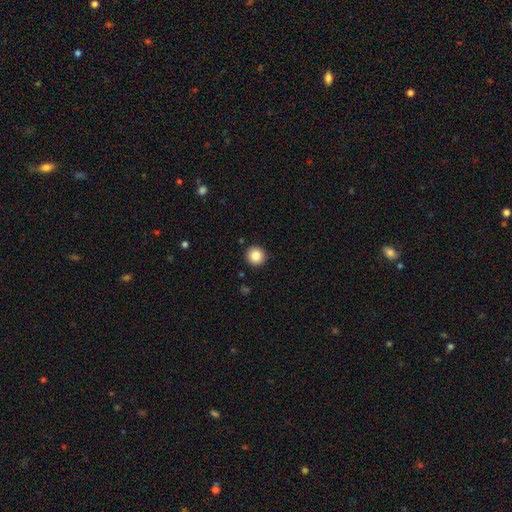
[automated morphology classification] Smooth or featured? Predicted: smooth (p=0.85). How rounded? Predicted: round (p=0.94). Merging? Predicted: none (p=0.92).